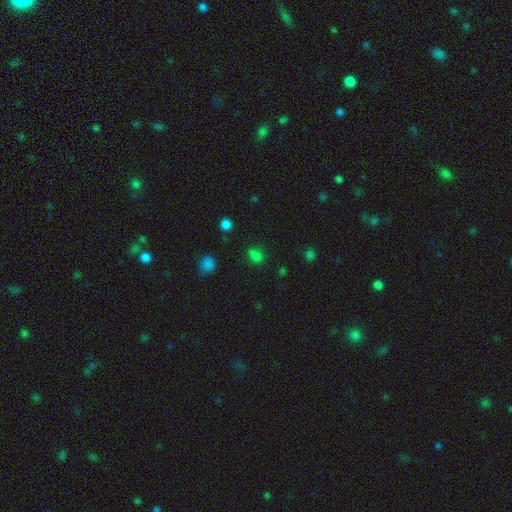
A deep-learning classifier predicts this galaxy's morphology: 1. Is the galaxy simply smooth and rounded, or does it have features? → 70% smooth, 25% star or artifact, 6% featured or disk.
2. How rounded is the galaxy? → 53% round, 45% in between, 2% cigar-shaped.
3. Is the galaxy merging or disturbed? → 68% none, 17% minor disturbance, 8% merger, 7% major disturbance.